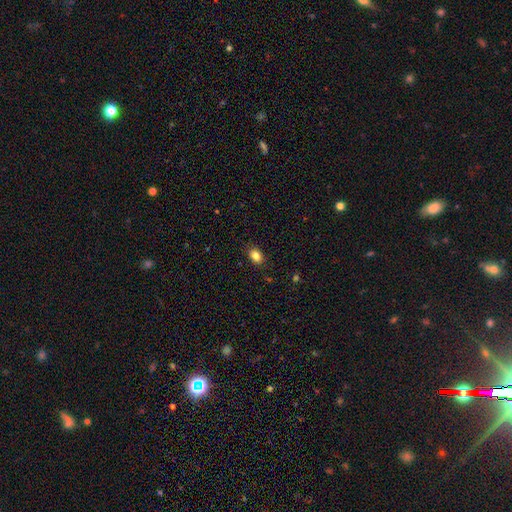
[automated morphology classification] Q: Smooth or featured?
A: smooth (84%); runner-up: star or artifact (10%)
Q: How rounded?
A: in between (81%); runner-up: round (18%)
Q: Merging?
A: none (87%); runner-up: minor disturbance (10%)